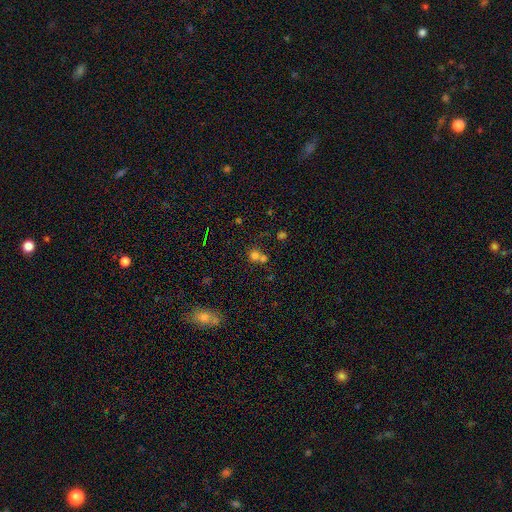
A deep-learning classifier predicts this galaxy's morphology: smooth_or_featured: smooth (p=0.69) [alt: star or artifact p=0.19]
how_rounded: round (p=0.84) [alt: in between p=0.15]
merging: merger (p=0.47) [alt: none p=0.43]